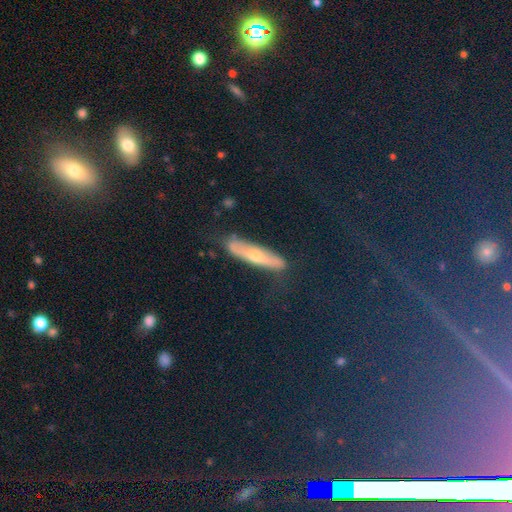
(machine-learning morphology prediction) type=smooth (35%, tied with featured or disk); merging=none (81%).